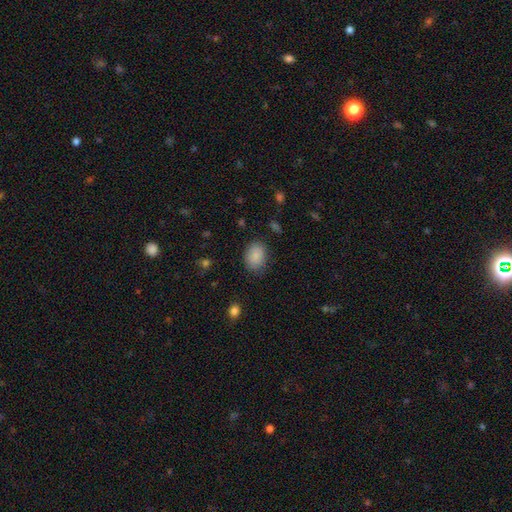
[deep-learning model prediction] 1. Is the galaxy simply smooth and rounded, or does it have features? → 87% smooth, 8% star or artifact, 5% featured or disk.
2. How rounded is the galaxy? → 71% in between, 28% round, 1% cigar-shaped.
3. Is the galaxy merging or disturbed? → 79% none, 15% minor disturbance, 4% major disturbance, 1% merger.